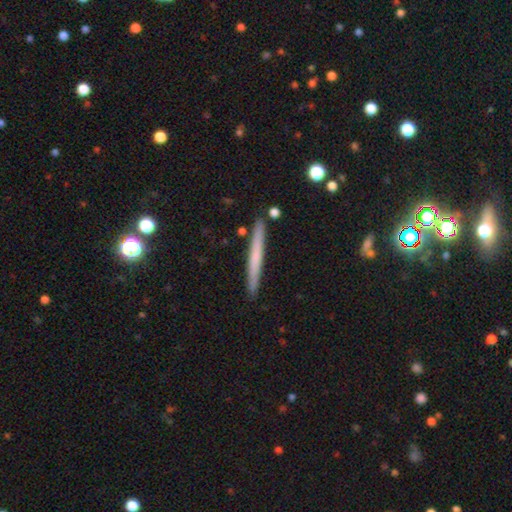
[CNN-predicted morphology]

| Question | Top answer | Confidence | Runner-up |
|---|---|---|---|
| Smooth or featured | smooth | 55% | featured or disk (38%) |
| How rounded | cigar-shaped | 97% | in between (2%) |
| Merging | none | 91% | minor disturbance (6%) |